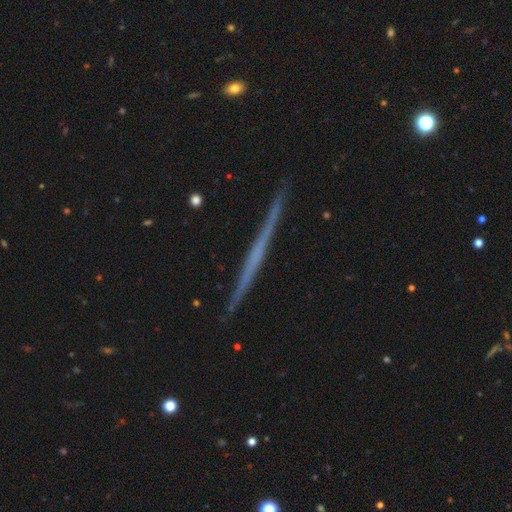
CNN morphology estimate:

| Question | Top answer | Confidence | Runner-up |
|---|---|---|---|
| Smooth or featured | featured or disk | 69% | smooth (25%) |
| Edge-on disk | yes | 98% | no (2%) |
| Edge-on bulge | none | 88% | rounded (8%) |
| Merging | none | 91% | minor disturbance (6%) |